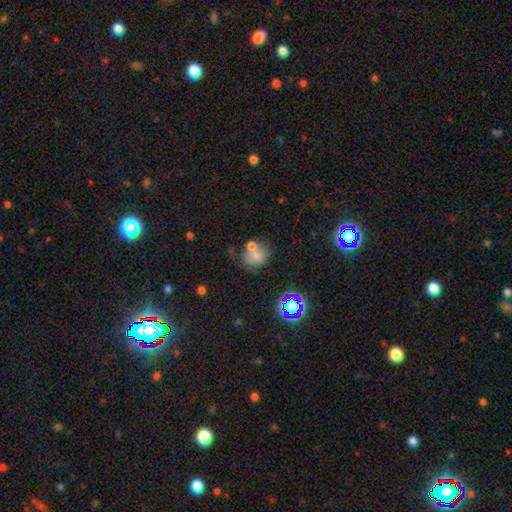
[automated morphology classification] Q: Smooth or featured?
A: smooth (67%); runner-up: star or artifact (17%)
Q: How rounded?
A: round (68%); runner-up: in between (31%)
Q: Merging?
A: none (49%); runner-up: merger (30%)